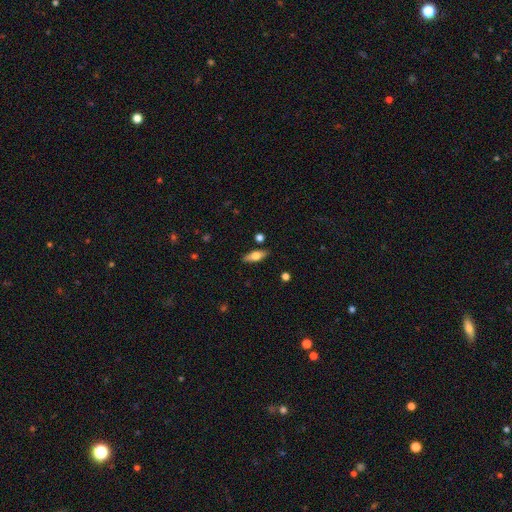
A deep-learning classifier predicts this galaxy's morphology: type=smooth (60%); roundness=in between (62%); merging=none (85%).